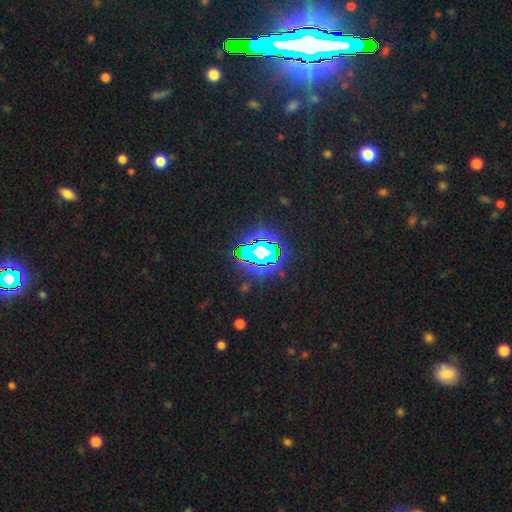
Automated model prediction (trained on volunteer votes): Smooth or featured? Predicted: star or artifact (p=0.85).